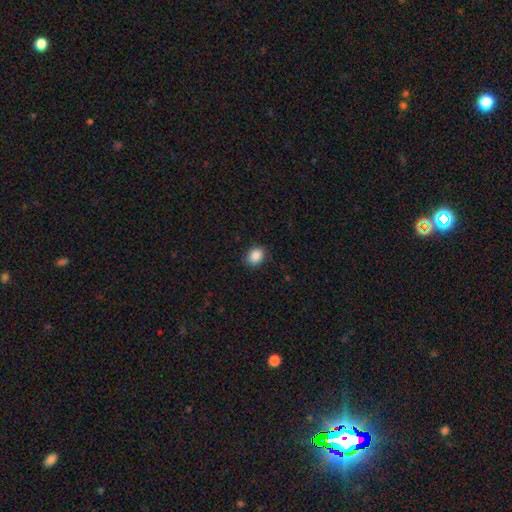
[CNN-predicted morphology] Smooth or featured? smooth (88%)
How rounded? round (50%)
Merging? none (86%)